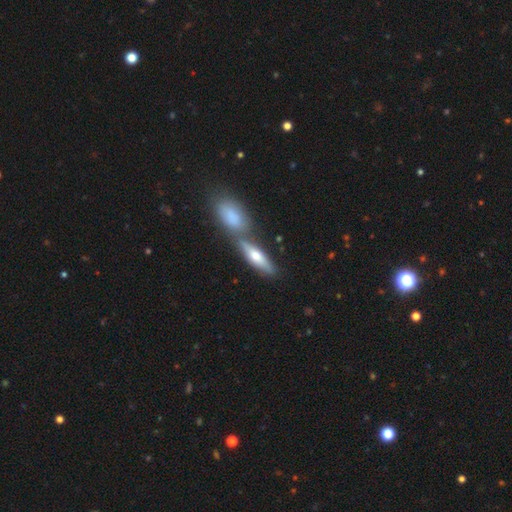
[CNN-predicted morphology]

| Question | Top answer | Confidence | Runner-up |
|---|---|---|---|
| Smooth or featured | smooth | 55% | featured or disk (38%) |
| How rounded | cigar-shaped | 53% | in between (44%) |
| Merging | none | 50% | merger (37%) |